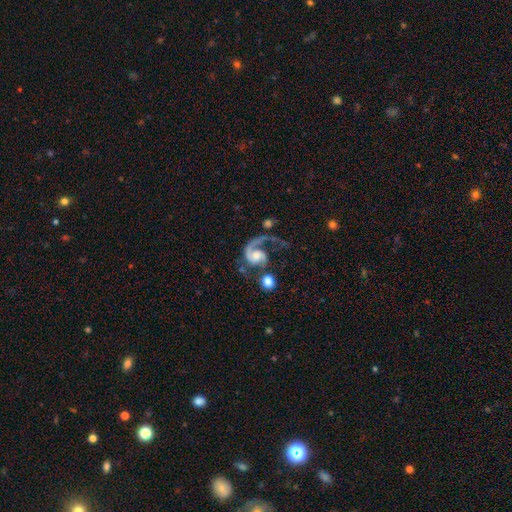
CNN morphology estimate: This appears to be a featured or disk galaxy (86%) with no bar (65%), 1 (62%) loose (43%) spiral arms (96%) and a moderate central bulge (46%). Merging: major disturbance (38%).